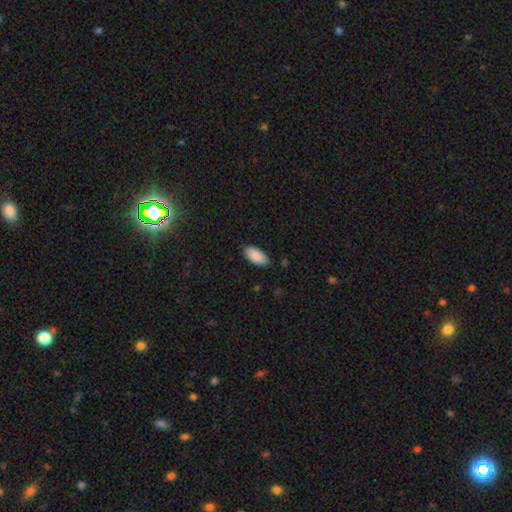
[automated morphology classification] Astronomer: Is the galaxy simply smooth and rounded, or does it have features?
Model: smooth — 90%.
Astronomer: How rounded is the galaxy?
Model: in between — 93%.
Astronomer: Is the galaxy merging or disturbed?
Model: none — 85%.